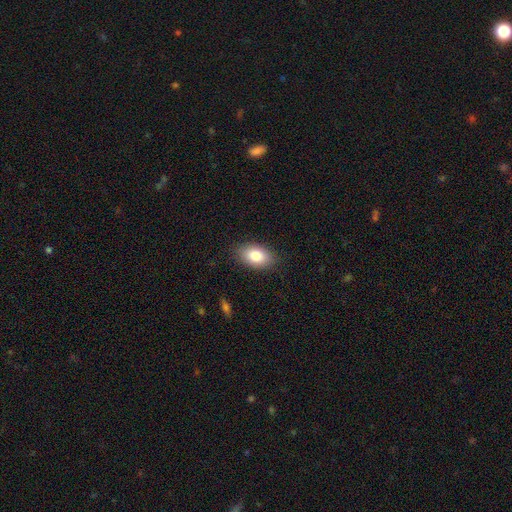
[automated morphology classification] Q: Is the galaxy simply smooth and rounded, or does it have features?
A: smooth — 84%.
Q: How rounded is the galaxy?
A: in between — 91%.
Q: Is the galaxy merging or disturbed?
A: none — 86%.